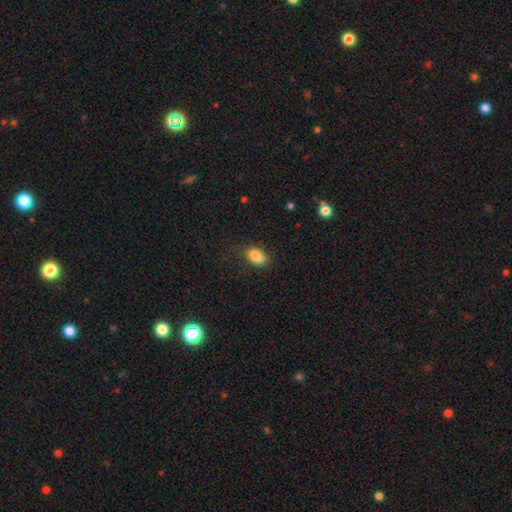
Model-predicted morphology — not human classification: A smooth galaxy with no disk features (85%) that is in between round and cigar-shaped (86%).

Vote fractions:
- Smooth or featured? smooth: 85% / star or artifact: 8% / featured or disk: 7%
- How rounded? in between: 86% / round: 12% / cigar-shaped: 2%
- Merging? none: 69% / minor disturbance: 23% / major disturbance: 7% / merger: 1%